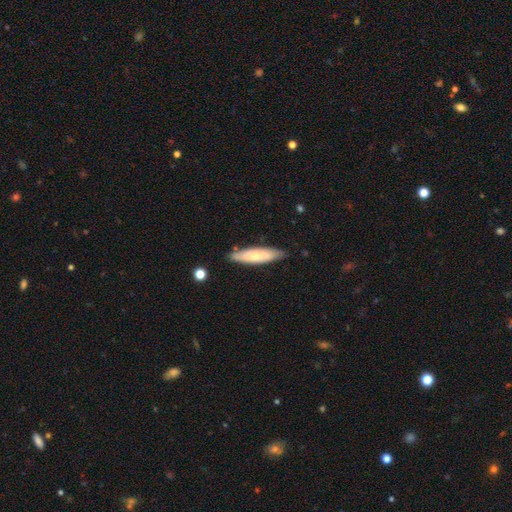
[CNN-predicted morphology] A smooth galaxy with no disk features (65%) that is cigar-shaped (76%). Merging: none (81%).